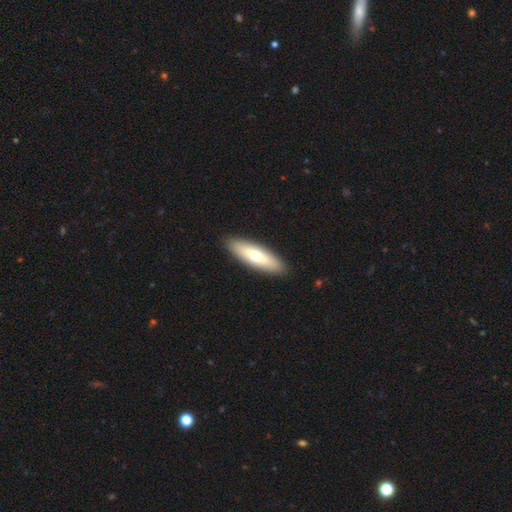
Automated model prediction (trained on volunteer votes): smooth 61%, featured or disk 34%, star or artifact 5%. Down the decision tree: how rounded — cigar-shaped (53%); merging — none (90%).